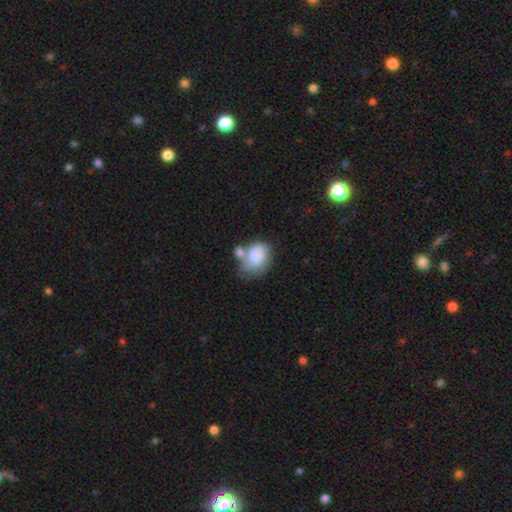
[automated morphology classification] This appears to be a smooth galaxy with no disk features (73%) that is in between round and cigar-shaped (66%). Merging: merger (41%).